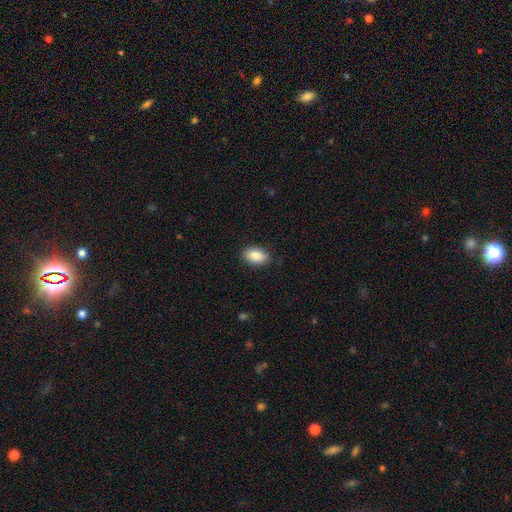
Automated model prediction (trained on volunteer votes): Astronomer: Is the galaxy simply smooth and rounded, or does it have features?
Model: smooth — 89%.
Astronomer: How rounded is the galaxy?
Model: in between — 90%.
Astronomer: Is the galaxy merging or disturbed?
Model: none — 87%.